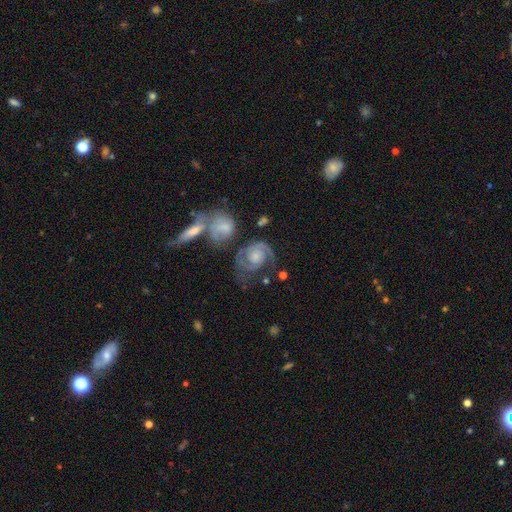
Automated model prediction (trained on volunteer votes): A featured or disk galaxy (83%) with no bar (70%), 2 (67%) tight (50%) spiral arms (96%) and a moderate central bulge (38%).

Vote fractions:
- Smooth or featured? featured or disk: 83% / smooth: 11% / star or artifact: 6%
- Edge-on disk? no: 97% / yes: 3%
- Bar? no: 70% / weak: 25% / strong: 5%
- Spiral arms? yes: 96% / no: 4%
- Spiral winding? tight: 50% / medium: 38% / loose: 12%
- Spiral arm count? 2: 67% / 1: 17% / can't tell: 8% / 3: 4% / 4: 2% / more than 4: 2%
- Bulge size? moderate: 38% / small: 35% / none: 13% / large: 11% / dominant: 2%
- Merging? none: 48% / major disturbance: 19% / minor disturbance: 19% / merger: 14%